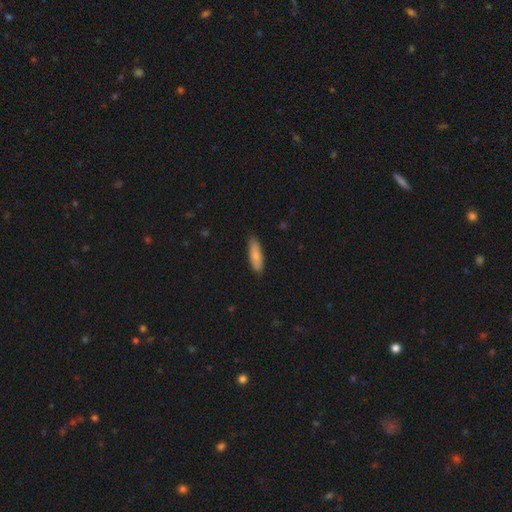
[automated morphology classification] A smooth galaxy with no disk features (83%) that is cigar-shaped (52%).

Vote fractions:
- Smooth or featured? smooth: 83% / featured or disk: 11% / star or artifact: 6%
- How rounded? cigar-shaped: 52% / in between: 47% / round: 2%
- Merging? none: 84% / minor disturbance: 13% / major disturbance: 2% / merger: 1%